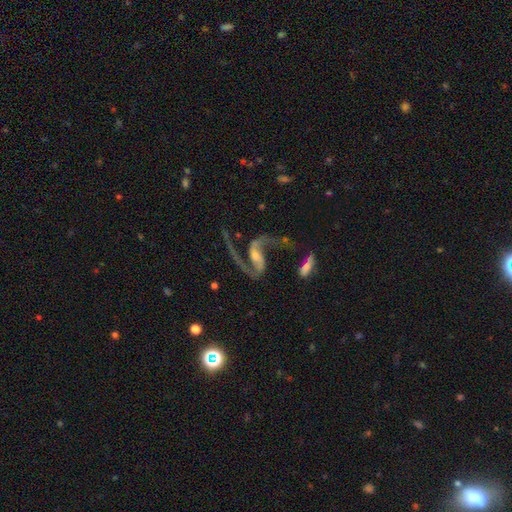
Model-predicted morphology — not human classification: Smooth or featured?
  - featured or disk: 90% *
  - star or artifact: 6%
  - smooth: 5%
Edge-on disk?
  - no: 96% *
  - yes: 4%
Bar?
  - weak: 40% *
  - no: 31%
  - strong: 29%
Spiral arms?
  - yes: 96% *
  - no: 4%
Spiral winding?
  - loose: 69% *
  - medium: 26%
  - tight: 5%
Spiral arm count?
  - 2: 88% *
  - 1: 7%
  - can't tell: 2%
  - 3: 1%
  - 4: 1%
  - more than 4: 1%
Bulge size?
  - small: 48% *
  - moderate: 33%
  - none: 12%
  - large: 5%
  - dominant: 2%
Merging?
  - none: 48% *
  - major disturbance: 27%
  - minor disturbance: 15%
  - merger: 9%